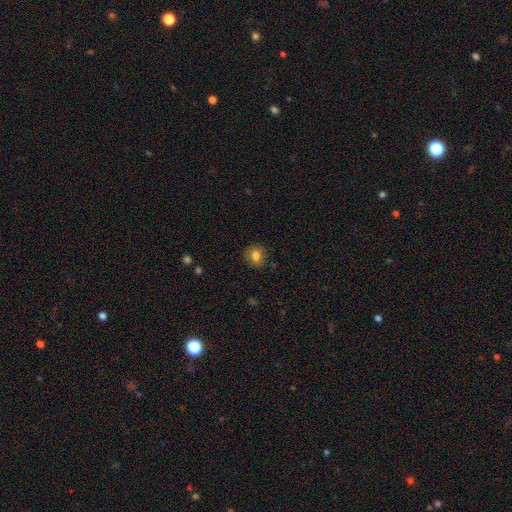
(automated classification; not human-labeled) smooth_or_featured: smooth (p=0.76) [alt: featured or disk p=0.14]
how_rounded: round (p=0.68) [alt: in between p=0.31]
merging: none (p=0.81) [alt: minor disturbance p=0.14]